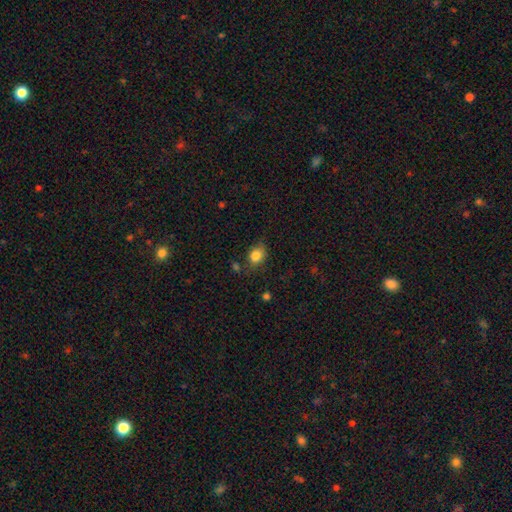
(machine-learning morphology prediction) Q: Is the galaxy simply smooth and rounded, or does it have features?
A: smooth — 83%.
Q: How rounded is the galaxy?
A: in between — 59%.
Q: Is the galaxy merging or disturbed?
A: none — 69%.